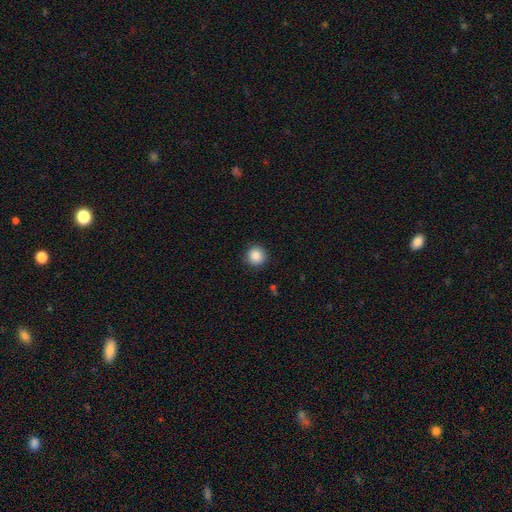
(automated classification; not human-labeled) Smooth or featured? smooth (88%)
How rounded? round (94%)
Merging? none (91%)